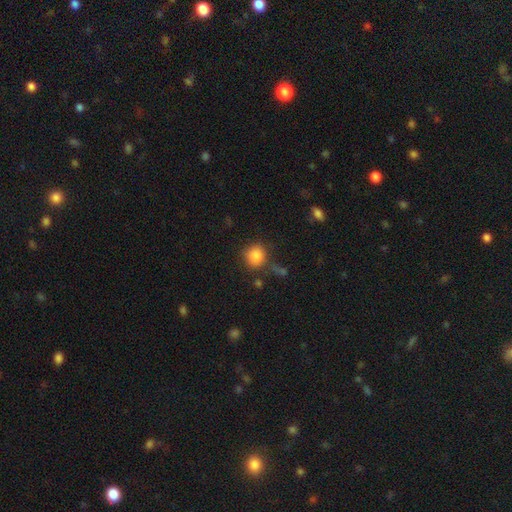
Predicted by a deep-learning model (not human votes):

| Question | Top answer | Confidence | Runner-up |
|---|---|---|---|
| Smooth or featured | smooth | 85% | star or artifact (10%) |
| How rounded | round | 80% | in between (19%) |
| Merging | none | 76% | minor disturbance (14%) |